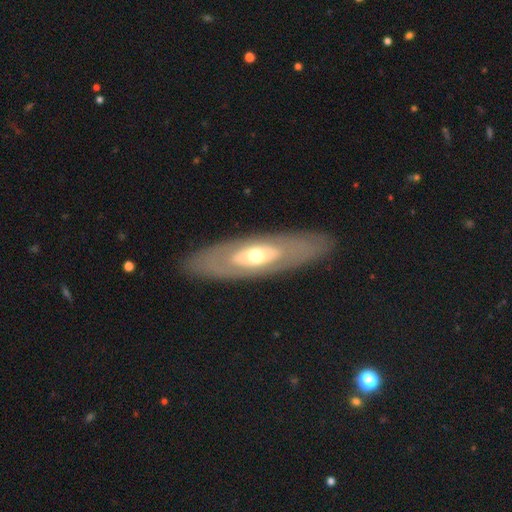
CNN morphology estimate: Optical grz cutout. It shows a featured or disk galaxy (60%). Merging: none (85%).